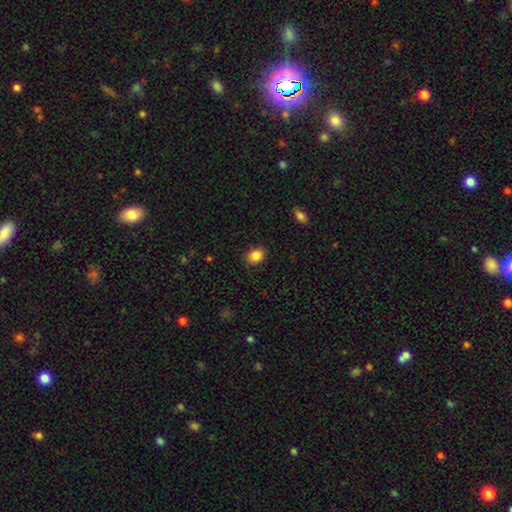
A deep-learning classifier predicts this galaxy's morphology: Overall: smooth (87%). How rounded: in between (60%; round 39%). Merging: none (87%).